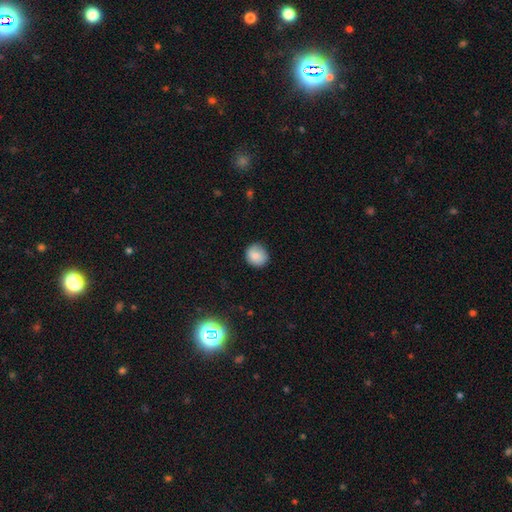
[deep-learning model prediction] Smooth or featured? smooth (81%)
How rounded? round (85%)
Merging? none (81%)